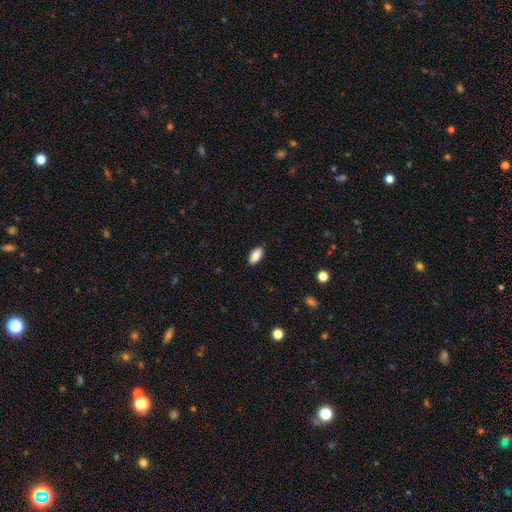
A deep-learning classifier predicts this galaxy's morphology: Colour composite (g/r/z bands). It shows a smooth galaxy with no disk features (86%) that is in between round and cigar-shaped (92%). Merging: none (89%).